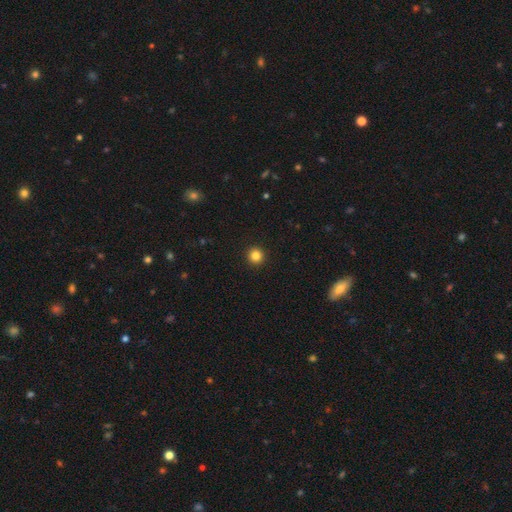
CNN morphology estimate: type=smooth (84%); roundness=round (96%); merging=none (94%).